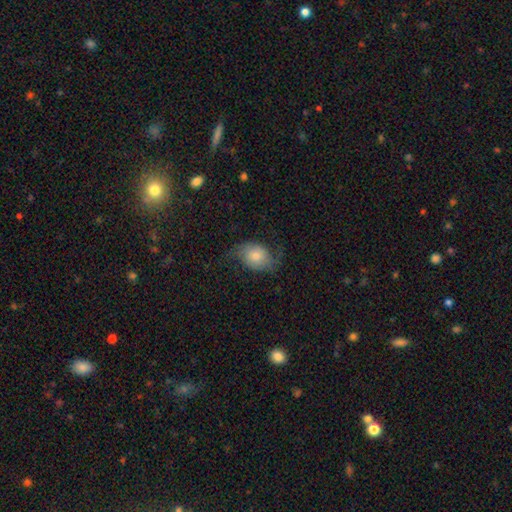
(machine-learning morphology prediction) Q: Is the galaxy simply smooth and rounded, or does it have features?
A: smooth — 50%.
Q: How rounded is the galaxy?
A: in between — 56%.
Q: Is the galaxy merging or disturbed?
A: none — 58%.